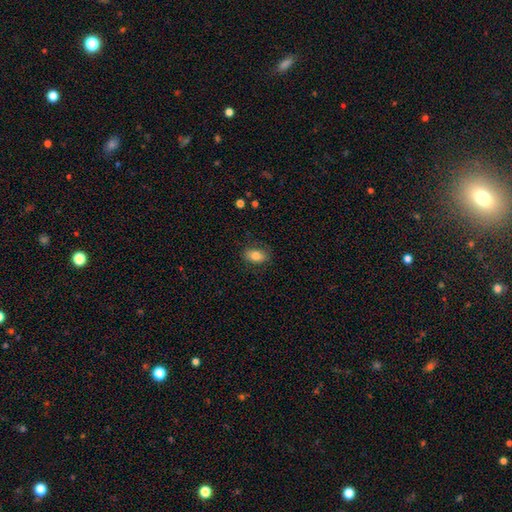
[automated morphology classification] Smooth or featured?
  - smooth: 79% *
  - featured or disk: 13%
  - star or artifact: 8%
How rounded?
  - in between: 86% *
  - round: 12%
  - cigar-shaped: 2%
Merging?
  - none: 78% *
  - minor disturbance: 16%
  - major disturbance: 5%
  - merger: 1%